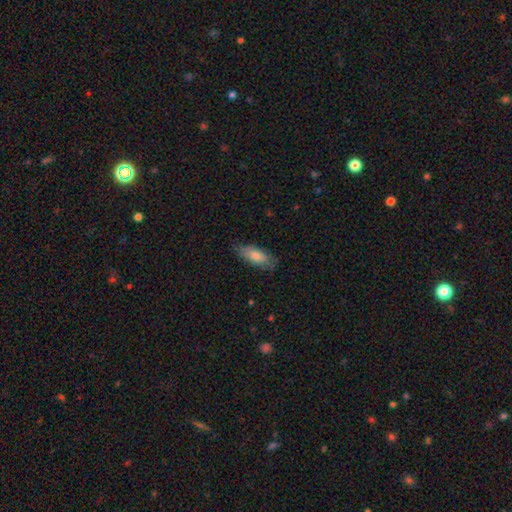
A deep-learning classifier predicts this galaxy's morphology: The model was most divided on "how rounded": in between: 73%, cigar-shaped: 25%, round: 2%. More confident: merging — none (76%); smooth or featured — smooth (71%).